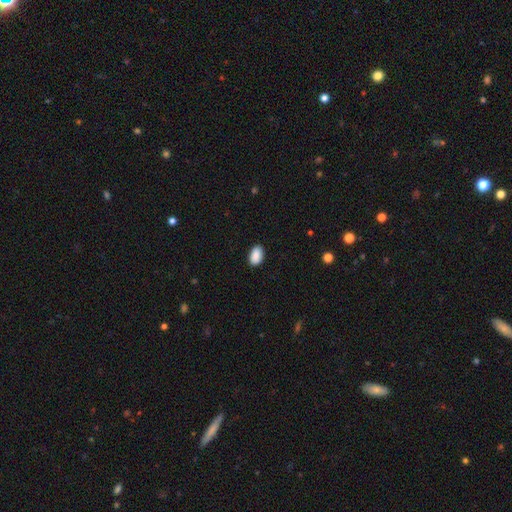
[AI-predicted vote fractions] This is clearly a smooth galaxy (91%). How rounded: clearly in between (92%). Merging: clearly none (88%).